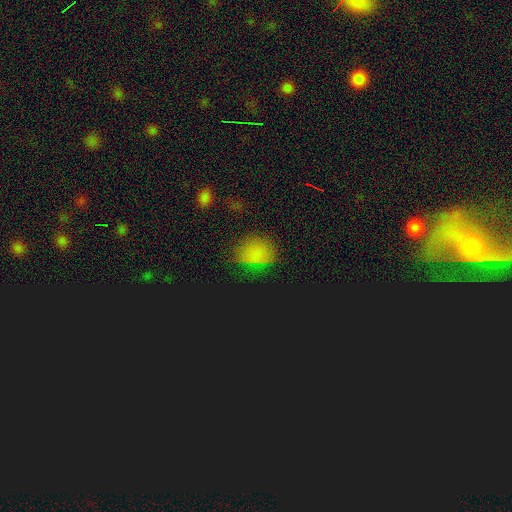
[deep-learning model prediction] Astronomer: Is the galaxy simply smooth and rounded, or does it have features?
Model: smooth — 58% (runner-up: star or artifact, 34%).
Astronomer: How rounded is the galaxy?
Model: in between — 62%.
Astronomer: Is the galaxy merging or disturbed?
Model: none — 69%.